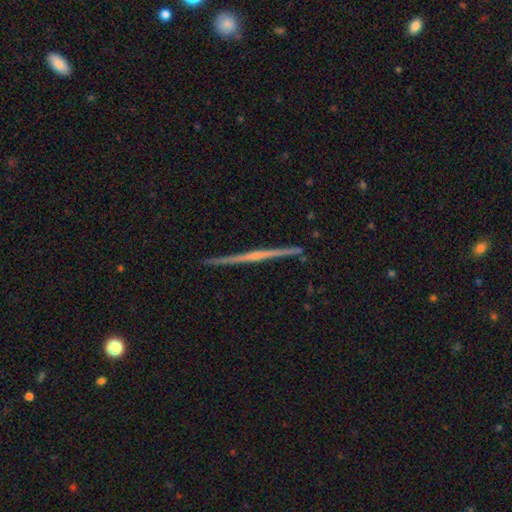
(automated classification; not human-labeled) smooth-or-featured: featured or disk: 79% | smooth: 15% | star or artifact: 6%
  disk-edge-on: yes: 99% | no: 1%
    edge-on-bulge: rounded: 47% | none: 42% | boxy: 12%
  merging: none: 91% | minor disturbance: 6% | major disturbance: 1% | merger: 1%